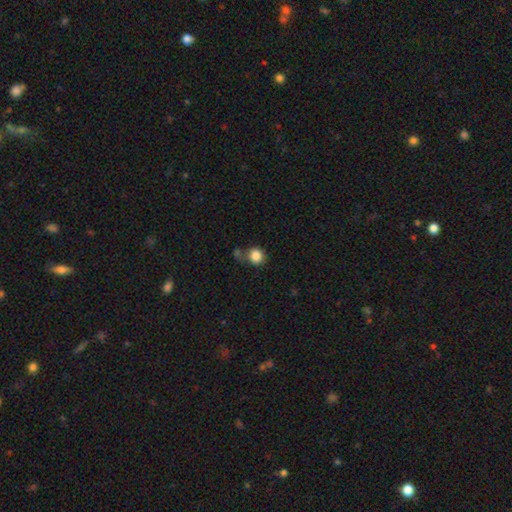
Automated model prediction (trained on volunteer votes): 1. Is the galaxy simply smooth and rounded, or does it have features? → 85% smooth, 10% star or artifact, 5% featured or disk.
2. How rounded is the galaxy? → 83% round, 16% in between, 1% cigar-shaped.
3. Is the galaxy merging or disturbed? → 57% none, 18% minor disturbance, 17% merger, 8% major disturbance.